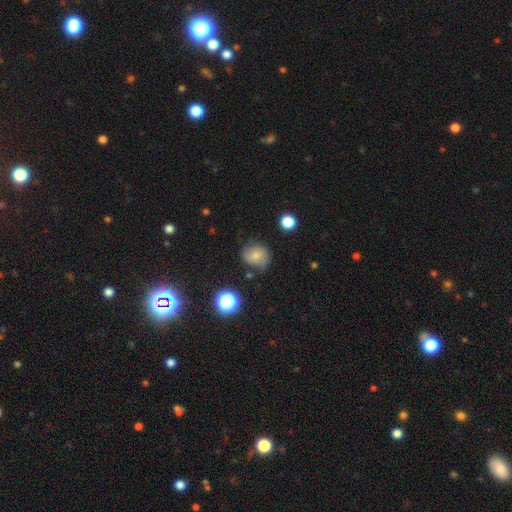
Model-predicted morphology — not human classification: The model was most divided on "merging": none: 64%, minor disturbance: 26%, major disturbance: 7%, merger: 3%. More confident: how rounded — round (70%); smooth or featured — smooth (68%).